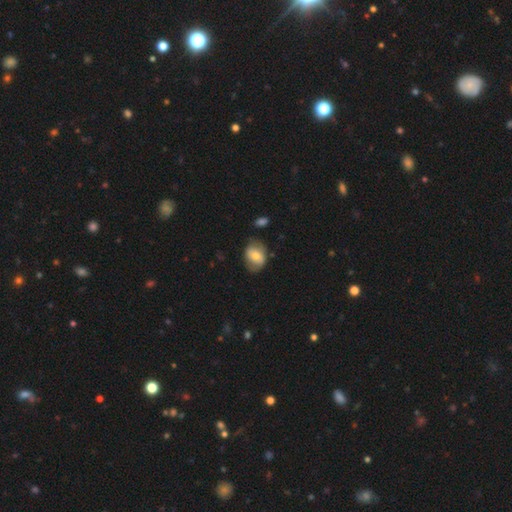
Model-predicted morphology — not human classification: Smooth or featured: smooth — 62% (featured or disk — 31%)
How rounded: in between — 63% (round — 36%)
Merging: none — 62% (minor disturbance — 26%)